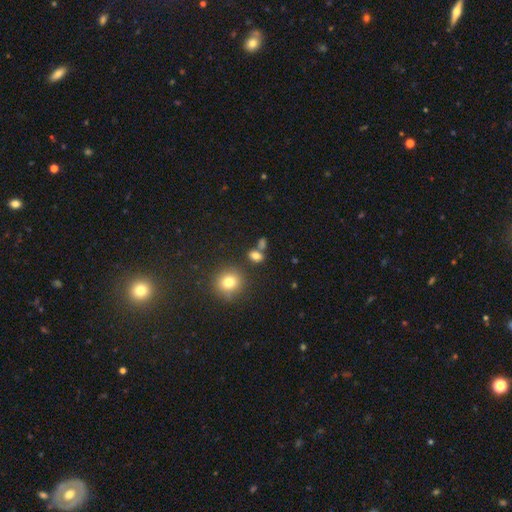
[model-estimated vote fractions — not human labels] smooth 77%, star or artifact 15%, featured or disk 8%. Down the decision tree: how rounded — in between (68%); merging — none (62%).